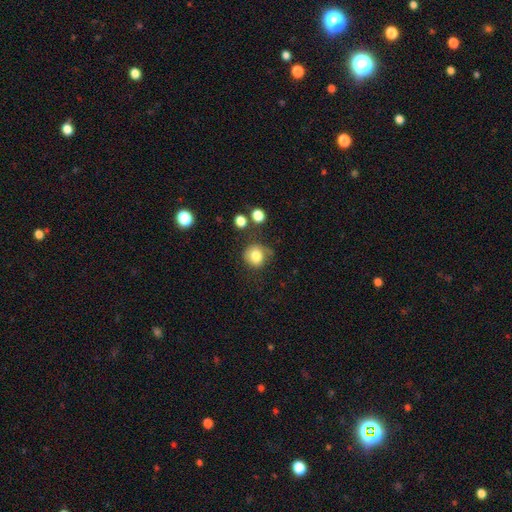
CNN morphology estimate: This appears to be a smooth galaxy with no disk features (77%) that is round (79%). Merging: none (55%).